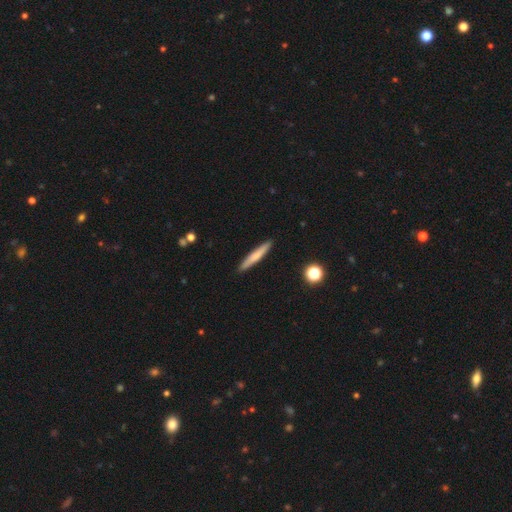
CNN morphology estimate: A smooth galaxy with no disk features (65%) that is cigar-shaped (94%). Merging: none (91%).